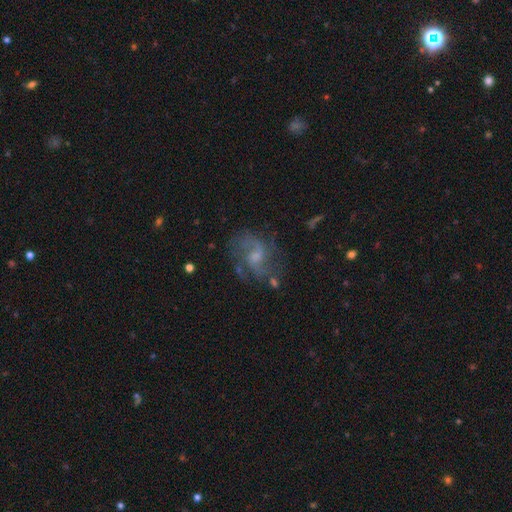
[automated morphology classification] Smooth or featured: featured or disk — 77% (smooth — 13%)
Edge-on disk: no — 97% (yes — 3%)
Bar: weak — 47% (no — 46%)
Spiral arms: yes — 91% (no — 9%)
Spiral winding: medium — 47% (loose — 40%)
Spiral arm count: 2 — 67% (can't tell — 13%)
Bulge size: small — 43% (moderate — 38%)
Merging: none — 63% (minor disturbance — 19%)